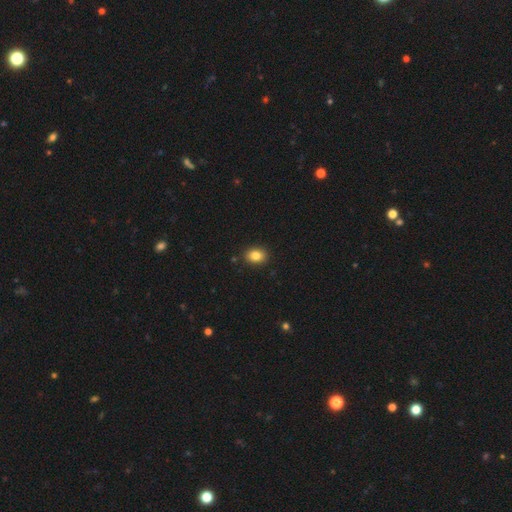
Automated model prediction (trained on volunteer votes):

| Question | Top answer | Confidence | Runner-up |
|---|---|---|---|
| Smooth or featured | smooth | 84% | star or artifact (10%) |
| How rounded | in between | 61% | round (38%) |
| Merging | none | 89% | minor disturbance (8%) |